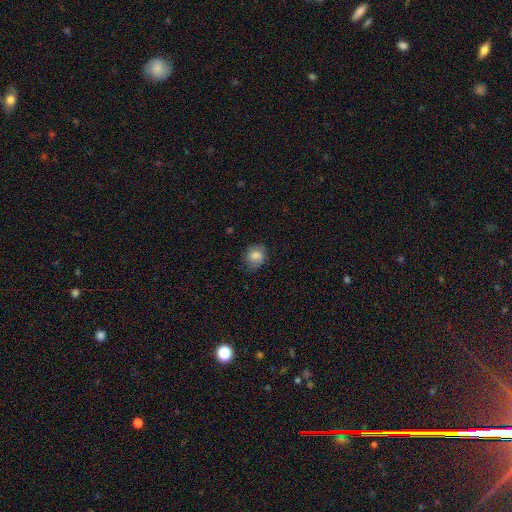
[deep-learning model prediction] Smooth or featured: smooth — 80% (featured or disk — 11%)
How rounded: round — 63% (in between — 36%)
Merging: none — 70% (minor disturbance — 23%)